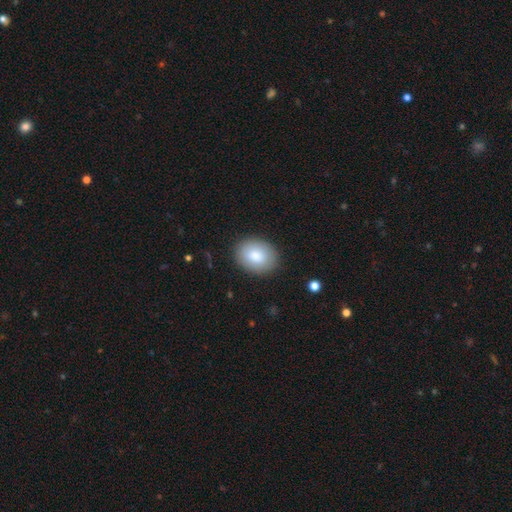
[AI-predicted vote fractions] smooth 84%, featured or disk 9%, star or artifact 7%. Down the decision tree: how rounded — in between (68%); merging — none (88%).